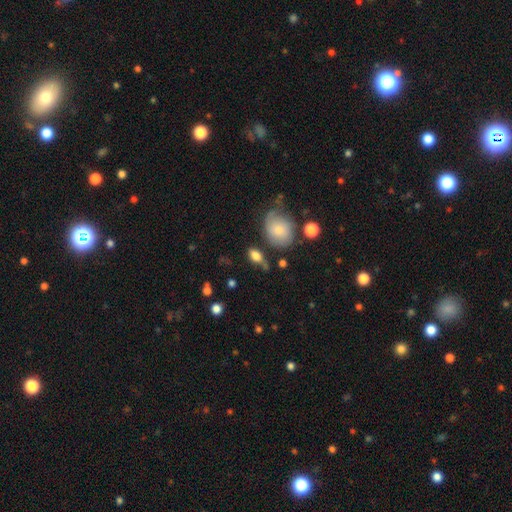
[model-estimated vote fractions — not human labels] Smooth or featured? Predicted: smooth (p=0.76). How rounded? Predicted: in between (p=0.77). Merging? Predicted: none (p=0.54).